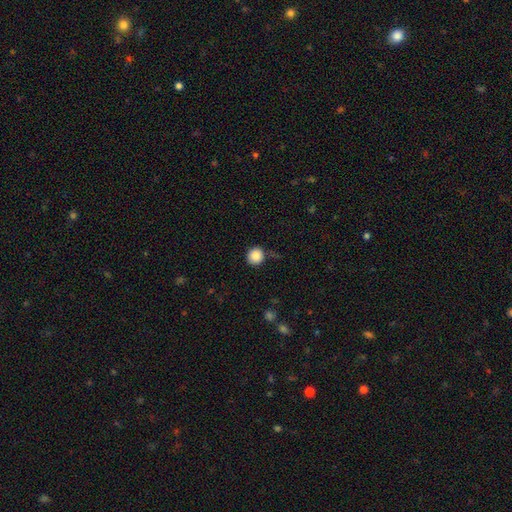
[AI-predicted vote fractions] smooth 87%, star or artifact 9%, featured or disk 4%. Down the decision tree: how rounded — round (92%); merging — none (78%).